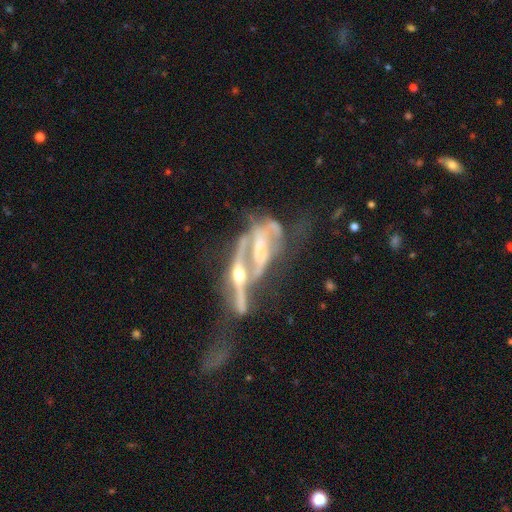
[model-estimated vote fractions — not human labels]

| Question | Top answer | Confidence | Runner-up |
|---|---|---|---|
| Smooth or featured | featured or disk | 74% | star or artifact (13%) |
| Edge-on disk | no | 55% | yes (45%) |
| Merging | merger | 59% | major disturbance (23%) |